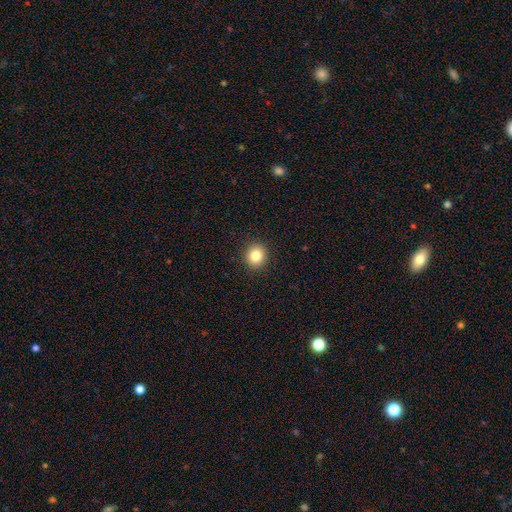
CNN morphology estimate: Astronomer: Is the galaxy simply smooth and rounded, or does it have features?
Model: smooth — 84%.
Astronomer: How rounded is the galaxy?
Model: round — 85%.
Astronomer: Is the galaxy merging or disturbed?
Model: none — 92%.